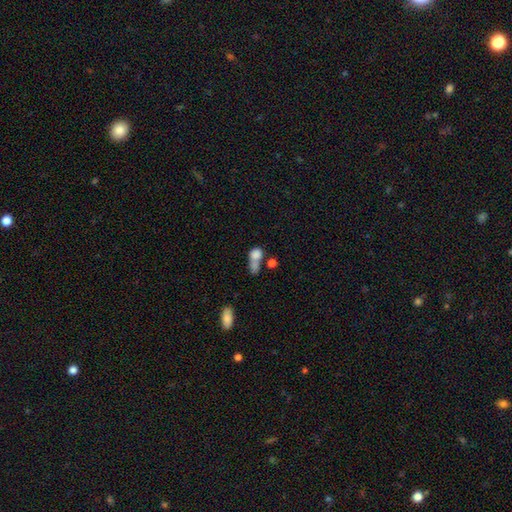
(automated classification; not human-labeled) smooth-or-featured: smooth: 77% | featured or disk: 13% | star or artifact: 10%
  how-rounded: round: 49% | in between: 47% | cigar-shaped: 4%
  merging: merger: 55% | none: 24% | major disturbance: 11% | minor disturbance: 10%